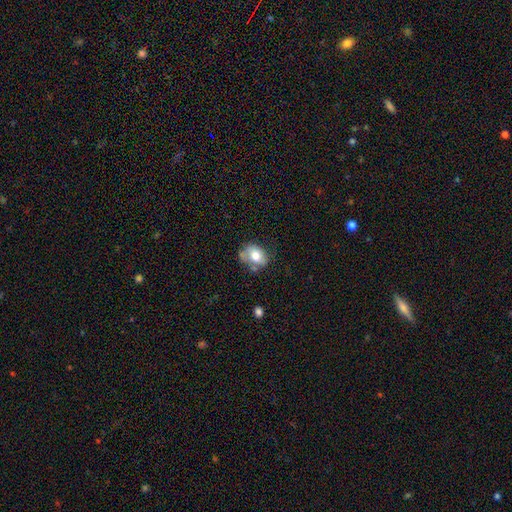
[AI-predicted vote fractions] smooth 65%, featured or disk 27%, star or artifact 8%. Down the decision tree: how rounded — in between (67%); merging — none (44%).